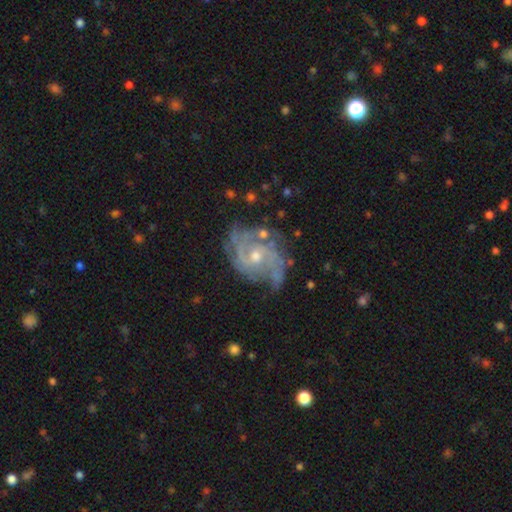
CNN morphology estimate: A featured or disk galaxy (88%) with no bar (65%), 2 (36%) tight (48%) spiral arms (94%) and a moderate central bulge (56%).

Vote fractions:
- Smooth or featured? featured or disk: 88% / smooth: 7% / star or artifact: 6%
- Edge-on disk? no: 97% / yes: 3%
- Bar? no: 65% / weak: 29% / strong: 6%
- Spiral arms? yes: 94% / no: 6%
- Spiral winding? tight: 48% / medium: 40% / loose: 12%
- Spiral arm count? 2: 36% / can't tell: 25% / 3: 20% / 4: 8% / more than 4: 6% / 1: 6%
- Bulge size? moderate: 56% / small: 40% / large: 2% / none: 1% / dominant: 1%
- Merging? none: 64% / minor disturbance: 22% / major disturbance: 11% / merger: 3%